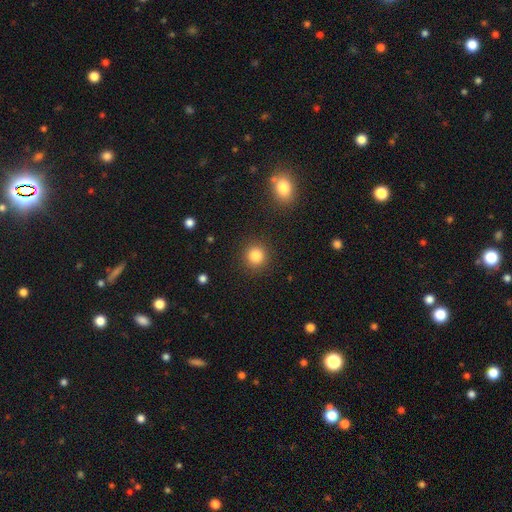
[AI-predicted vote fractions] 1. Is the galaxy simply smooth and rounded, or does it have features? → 84% smooth, 11% star or artifact, 5% featured or disk.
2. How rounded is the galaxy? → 92% round, 7% in between, 1% cigar-shaped.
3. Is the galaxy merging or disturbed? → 90% none, 6% minor disturbance, 2% major disturbance, 1% merger.